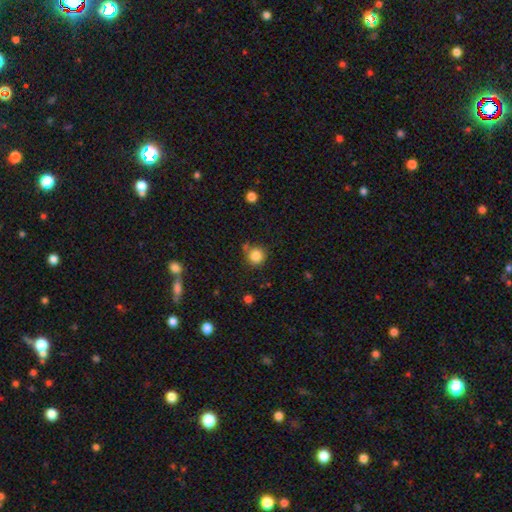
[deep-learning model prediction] This is clearly a smooth galaxy (84%). How rounded: clearly round (93%). Merging: likely none (75%).